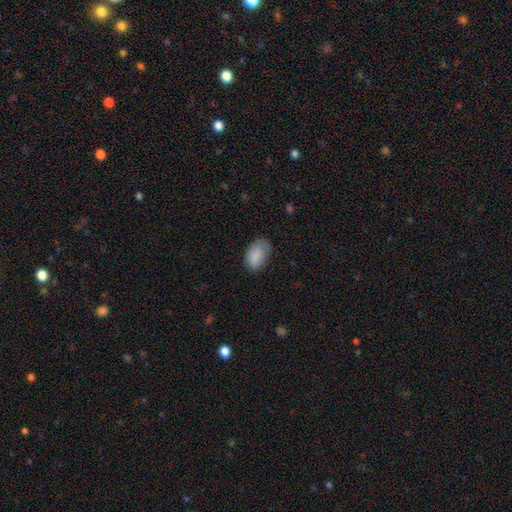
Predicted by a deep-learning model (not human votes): Smooth or featured? smooth (87%)
How rounded? in between (93%)
Merging? none (71%)